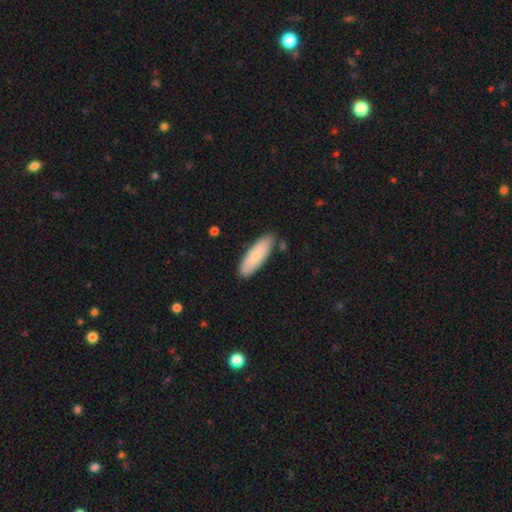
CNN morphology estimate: This appears to be a smooth galaxy with no disk features (79%) that is in between round and cigar-shaped (57%). Merging: none (85%).